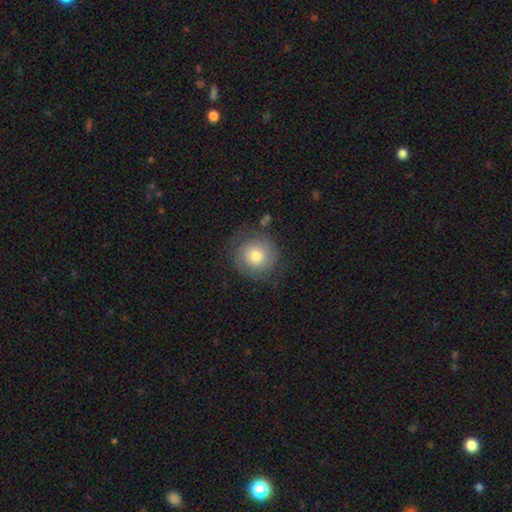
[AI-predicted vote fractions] The model was most divided on "smooth or featured": smooth: 59%, featured or disk: 32%, star or artifact: 8%. More confident: how rounded — round (93%); merging — none (74%).